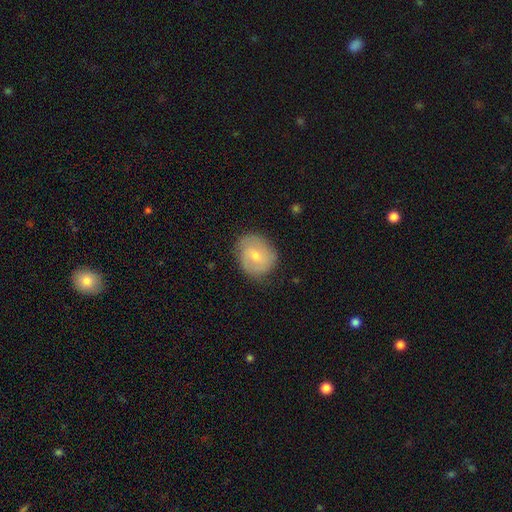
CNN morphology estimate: smooth_or_featured: featured or disk (p=0.50) [alt: smooth p=0.43]
merging: none (p=0.78) [alt: minor disturbance p=0.17]